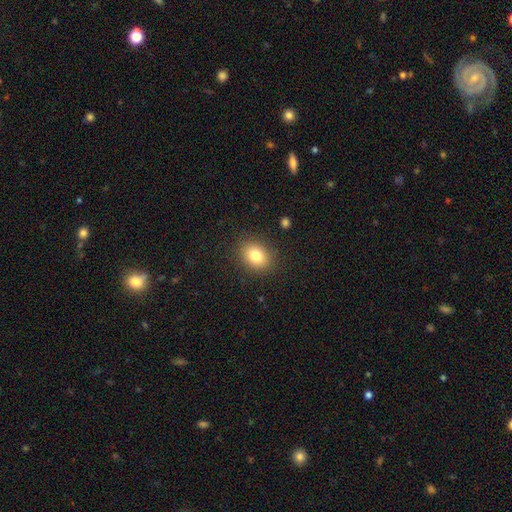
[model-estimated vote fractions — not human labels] Smooth or featured? smooth (80%)
How rounded? in between (54%)
Merging? none (88%)